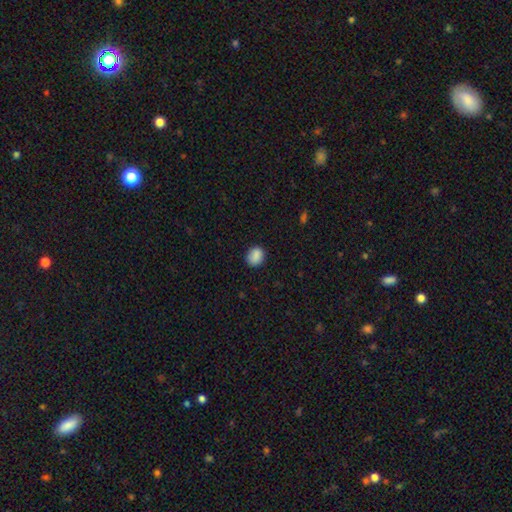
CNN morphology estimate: This is clearly a smooth galaxy (87%). How rounded: possibly round (53%). Merging: clearly none (84%).